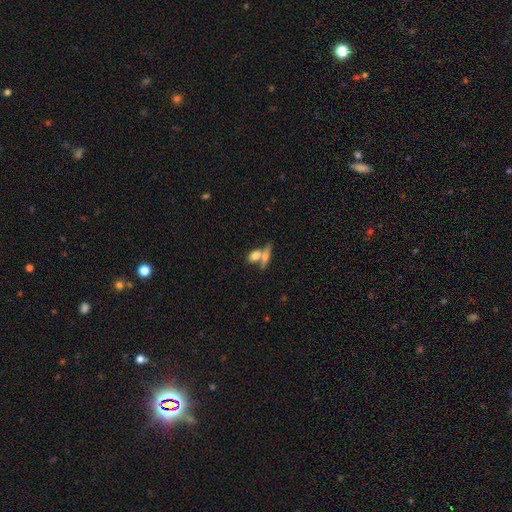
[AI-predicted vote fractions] Overall: smooth (71%). How rounded: in between (58%; round 24%). Merging: merger (48%; none 39%).